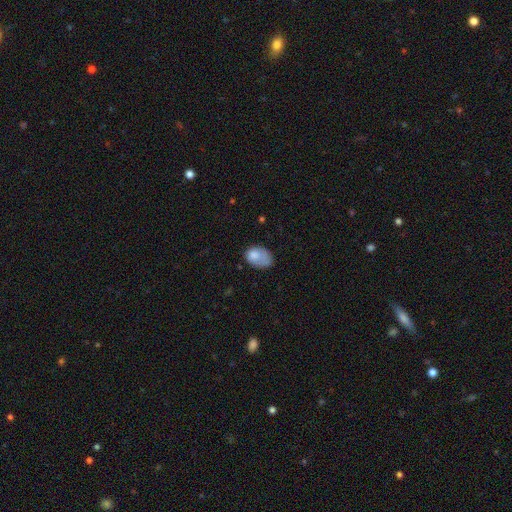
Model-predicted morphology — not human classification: smooth 75%, featured or disk 16%, star or artifact 8%. Down the decision tree: how rounded — in between (81%); merging — minor disturbance (35%, tied with none).